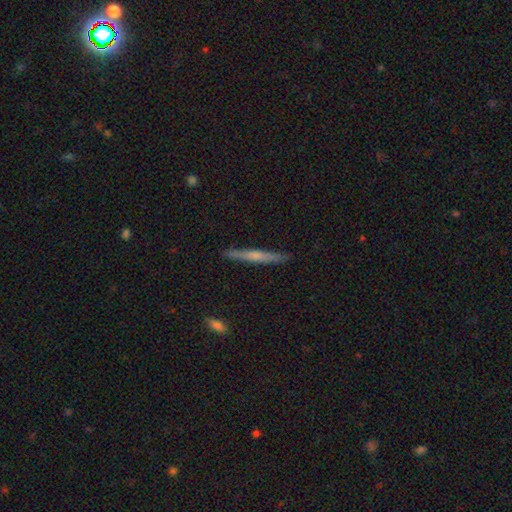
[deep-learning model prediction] featured or disk 51%, smooth 43%, star or artifact 6%. Down the decision tree: edge-on disk — yes (97%); merging — none (90%).